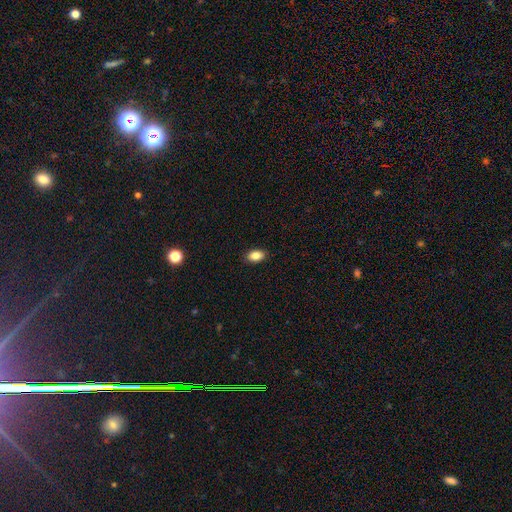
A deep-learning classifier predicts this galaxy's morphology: This appears to be a smooth galaxy with no disk features (87%) that is in between round and cigar-shaped (89%). Merging: none (90%).